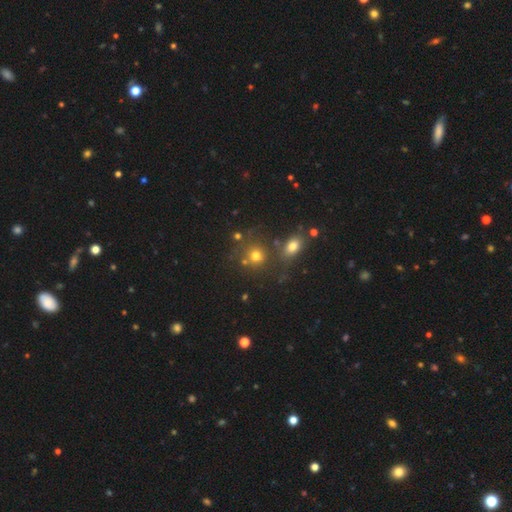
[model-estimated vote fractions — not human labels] smooth_or_featured: smooth (p=0.70) [alt: star or artifact p=0.20]
how_rounded: round (p=0.84) [alt: in between p=0.15]
merging: none (p=0.66) [alt: merger p=0.18]